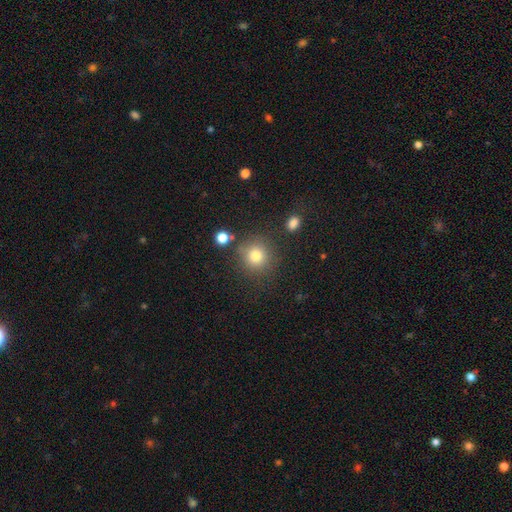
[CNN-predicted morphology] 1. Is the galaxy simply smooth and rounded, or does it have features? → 79% smooth, 13% star or artifact, 8% featured or disk.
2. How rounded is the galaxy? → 91% round, 8% in between, 1% cigar-shaped.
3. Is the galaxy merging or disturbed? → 81% none, 10% minor disturbance, 5% merger, 4% major disturbance.